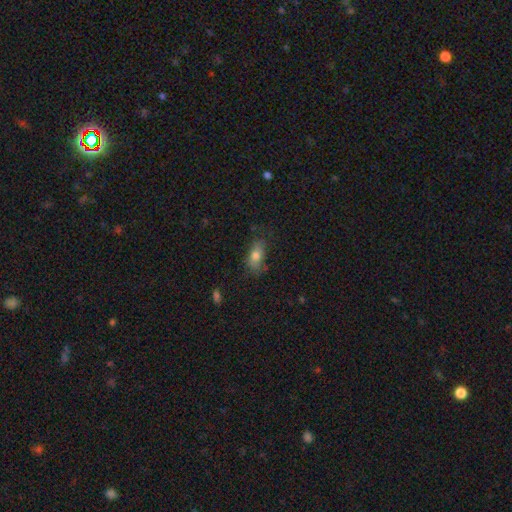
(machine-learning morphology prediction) smooth-or-featured: smooth: 75% | featured or disk: 15% | star or artifact: 9%
  how-rounded: in between: 85% | round: 8% | cigar-shaped: 7%
  merging: none: 64% | minor disturbance: 25% | major disturbance: 9% | merger: 2%